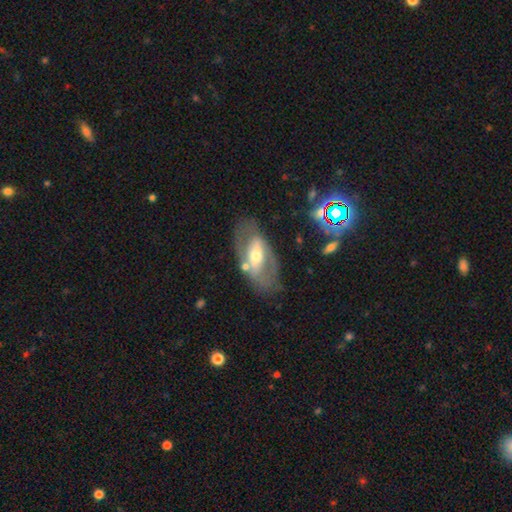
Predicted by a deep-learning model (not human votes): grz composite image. It shows a featured or disk galaxy (70%) with a strong bar (44%), spiral arms (51%) and a moderate central bulge (62%). Merging: none (68%).